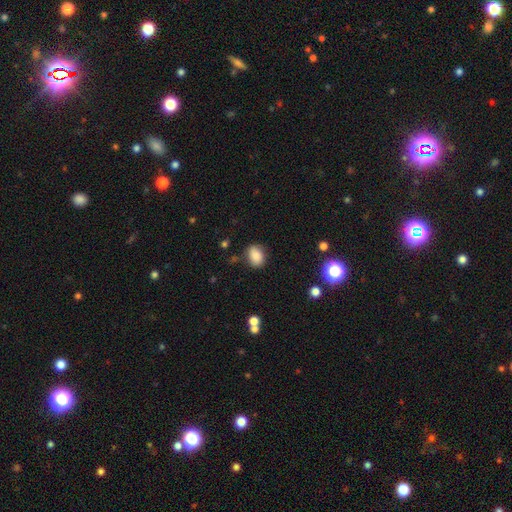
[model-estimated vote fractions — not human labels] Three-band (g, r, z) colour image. It shows a smooth galaxy with no disk features (84%) that is in between round and cigar-shaped (68%). Merging: none (78%).